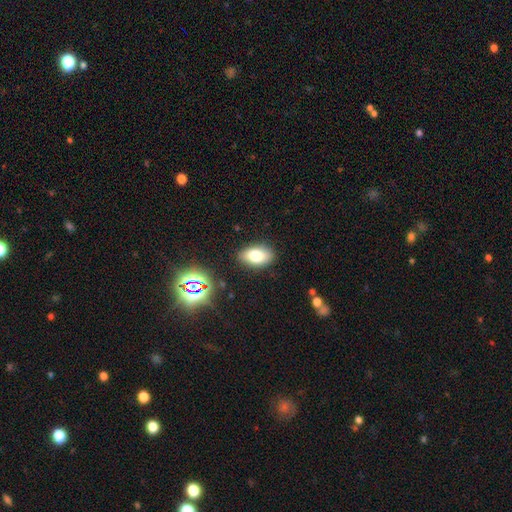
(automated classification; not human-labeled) A smooth galaxy with no disk features (75%) that is in between round and cigar-shaped (90%). Merging: none (86%).